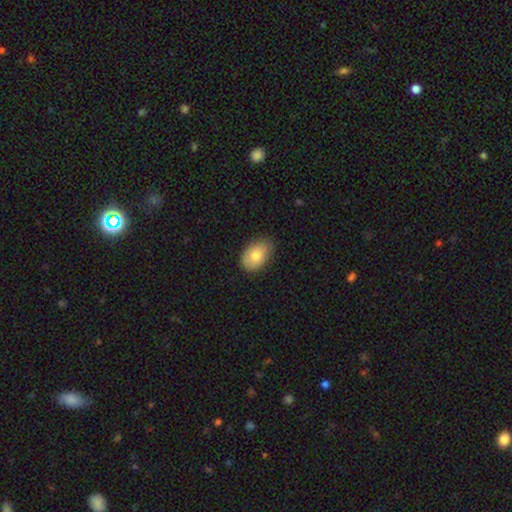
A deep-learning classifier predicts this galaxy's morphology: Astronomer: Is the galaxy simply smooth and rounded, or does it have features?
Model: smooth — 79%.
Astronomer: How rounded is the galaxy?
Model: in between — 86%.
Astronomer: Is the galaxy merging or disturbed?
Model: none — 77%.